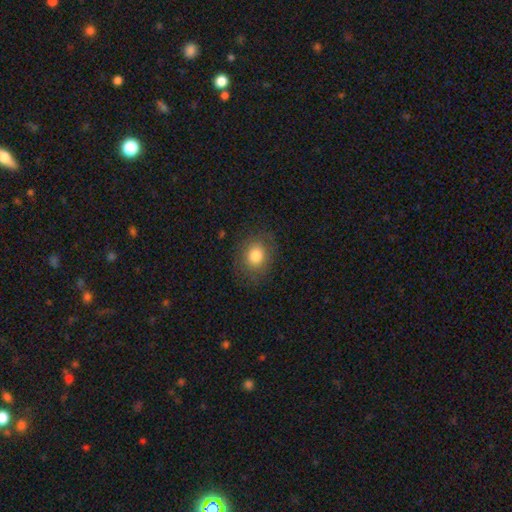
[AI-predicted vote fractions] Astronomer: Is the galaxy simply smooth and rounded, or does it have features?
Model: smooth — 79%.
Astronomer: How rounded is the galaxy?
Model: round — 69%.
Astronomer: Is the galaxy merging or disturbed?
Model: none — 82%.